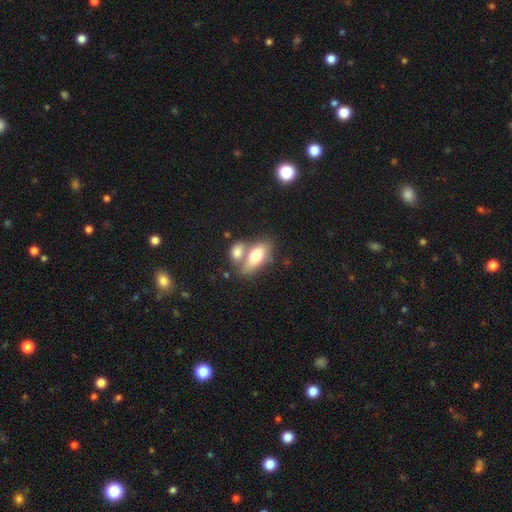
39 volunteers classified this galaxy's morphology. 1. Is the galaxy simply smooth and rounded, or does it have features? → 72% smooth, 21% featured or disk, 8% star or artifact.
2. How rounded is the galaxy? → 79% in between, 18% cigar-shaped, 4% round.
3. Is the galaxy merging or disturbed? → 50% merger, 22% none, 14% minor disturbance, 14% major disturbance.